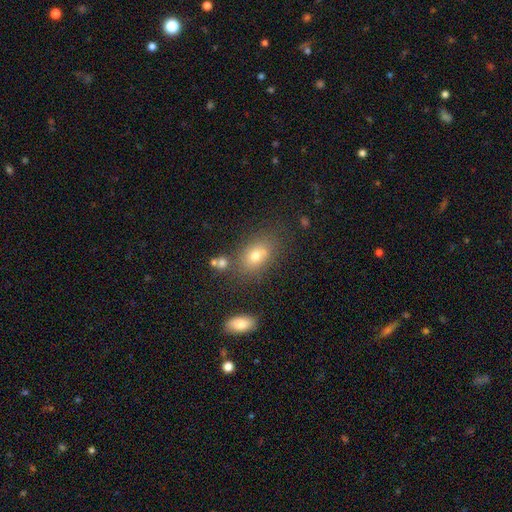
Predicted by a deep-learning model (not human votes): Smooth or featured?
  - smooth: 73% *
  - featured or disk: 14%
  - star or artifact: 13%
How rounded?
  - in between: 73% *
  - round: 25%
  - cigar-shaped: 2%
Merging?
  - none: 67% *
  - minor disturbance: 15%
  - merger: 12%
  - major disturbance: 6%